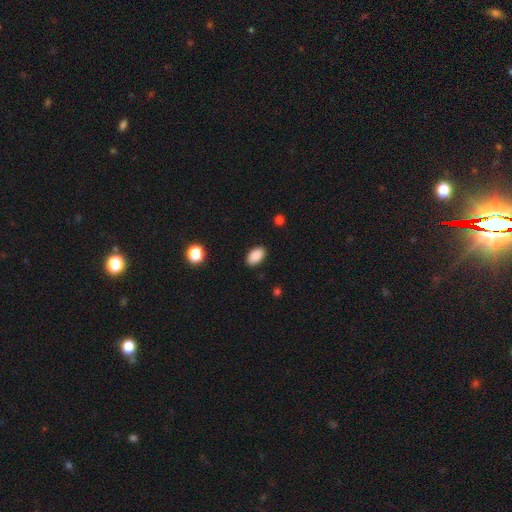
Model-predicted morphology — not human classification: Overall: smooth (89%). How rounded: in between (93%). Merging: none (88%).